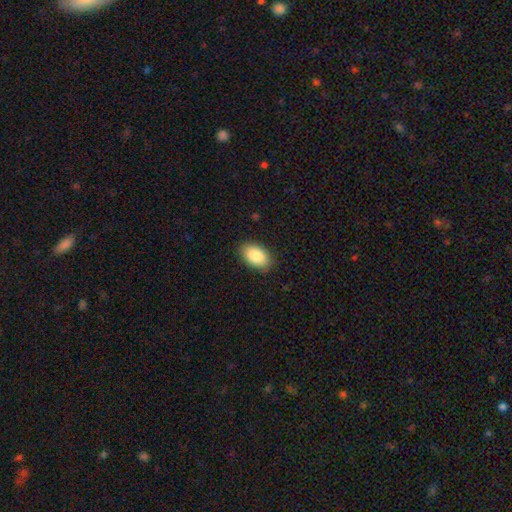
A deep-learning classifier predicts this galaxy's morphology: smooth 87%, featured or disk 7%, star or artifact 7%. Down the decision tree: how rounded — in between (92%); merging — none (88%).